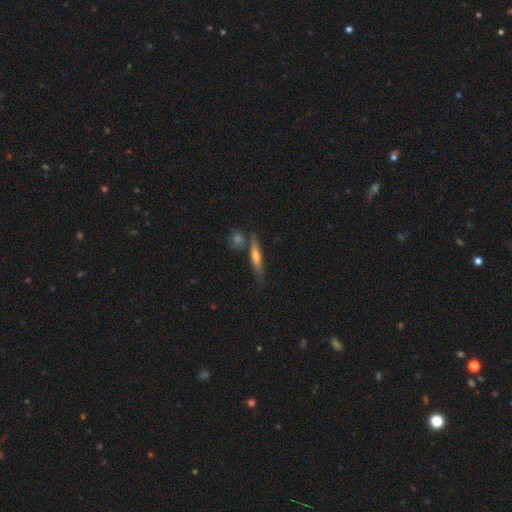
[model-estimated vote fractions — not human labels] smooth-or-featured: featured or disk: 51% | smooth: 41% | star or artifact: 9%
  disk-edge-on: yes: 91% | no: 9%
  merging: none: 74% | merger: 12% | minor disturbance: 12% | major disturbance: 3%